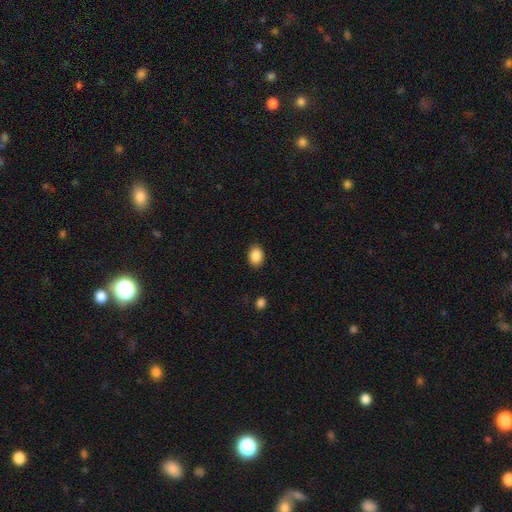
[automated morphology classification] Smooth or featured? smooth (88%)
How rounded? in between (70%)
Merging? none (87%)